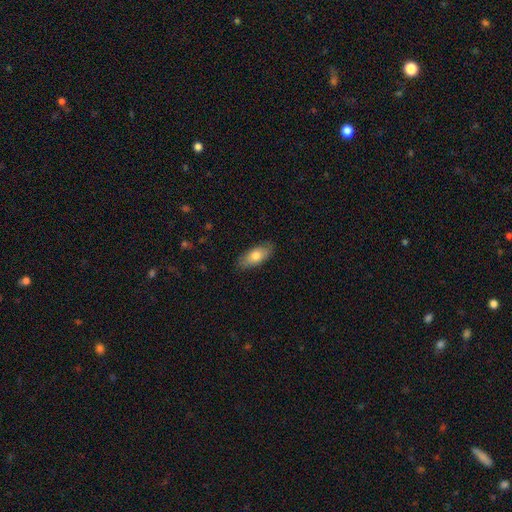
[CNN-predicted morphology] The model was most divided on "smooth or featured": smooth: 75%, featured or disk: 19%, star or artifact: 6%. More confident: merging — none (85%); how rounded — in between (85%).